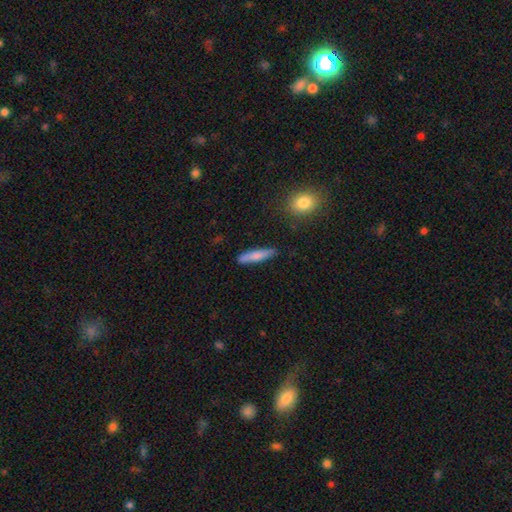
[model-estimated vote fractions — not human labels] This is likely a smooth galaxy (76%). How rounded: clearly cigar-shaped (87%). Merging: clearly none (83%).